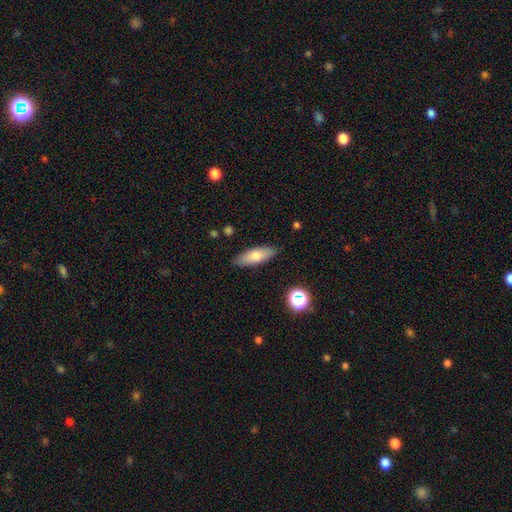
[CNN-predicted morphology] A smooth galaxy with no disk features (72%) that is in between round and cigar-shaped (60%). Merging: none (87%).